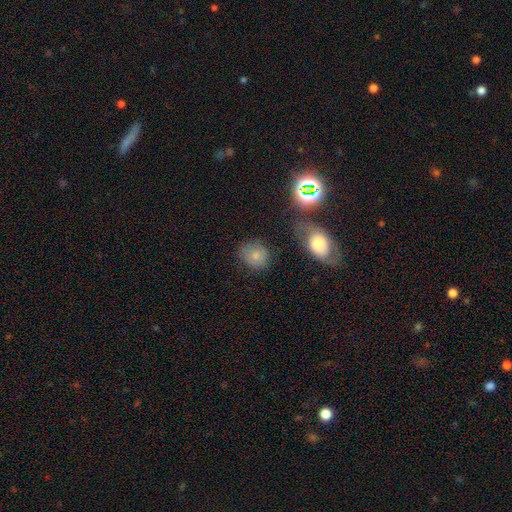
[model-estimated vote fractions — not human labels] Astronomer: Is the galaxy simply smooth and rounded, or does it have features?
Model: smooth — 77%.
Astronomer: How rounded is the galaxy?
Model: round — 73%.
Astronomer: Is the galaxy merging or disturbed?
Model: none — 72%.